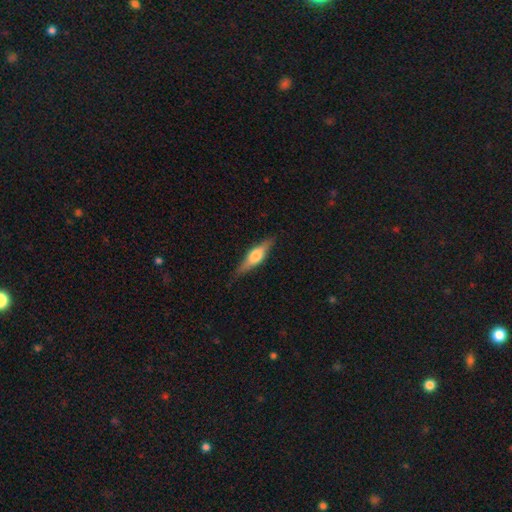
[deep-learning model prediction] smooth_or_featured: featured or disk (p=0.56) [alt: smooth p=0.38]
disk_edge_on: yes (p=0.94) [alt: no p=0.06]
edge_on_bulge: rounded (p=0.91) [alt: boxy p=0.07]
merging: none (p=0.84) [alt: minor disturbance p=0.12]